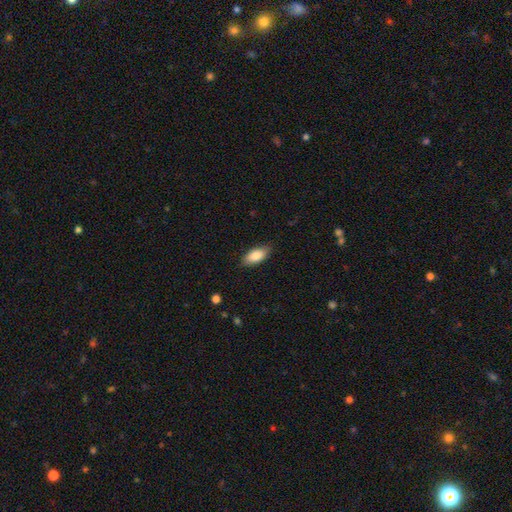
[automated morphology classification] This is clearly a smooth galaxy (84%). How rounded: clearly in between (88%). Merging: clearly none (85%).